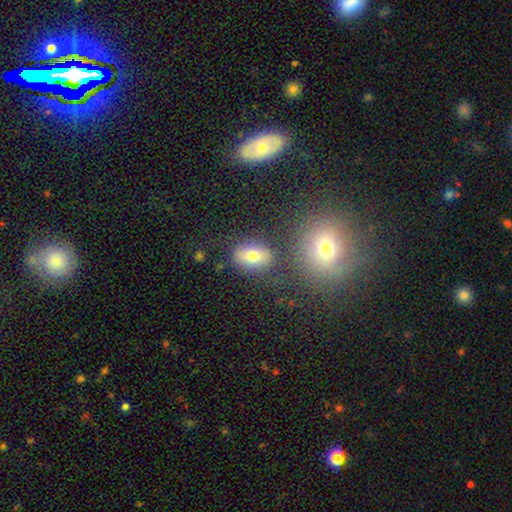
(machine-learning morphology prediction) smooth 74%, featured or disk 14%, star or artifact 12%. Down the decision tree: how rounded — in between (78%); merging — none (77%).